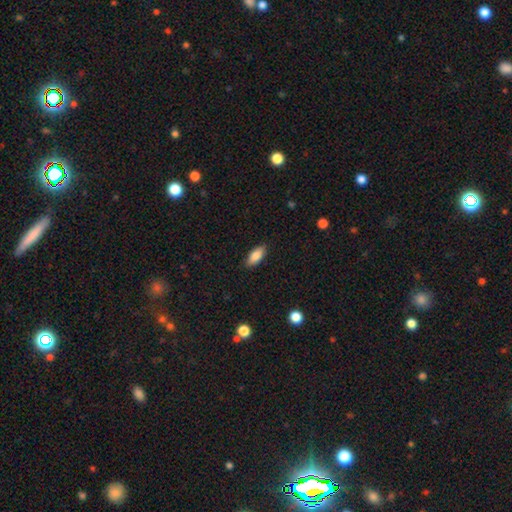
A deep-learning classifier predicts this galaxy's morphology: type=smooth (85%); roundness=in between (86%); merging=none (87%).